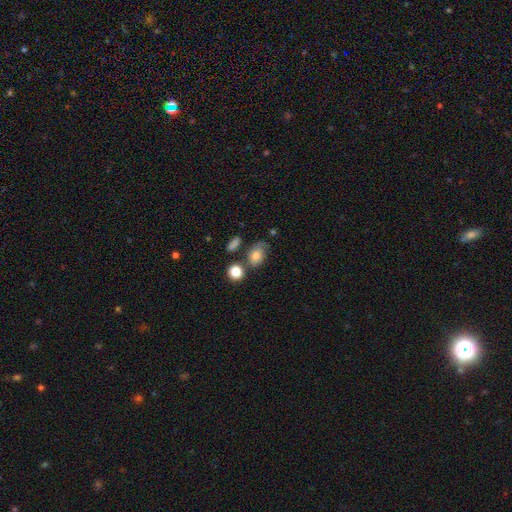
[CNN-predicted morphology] This appears to be a smooth galaxy with no disk features (74%) that is in between round and cigar-shaped (73%). Merging: none (51%).